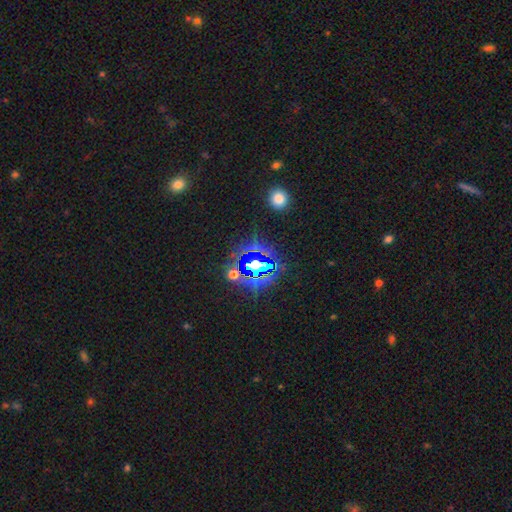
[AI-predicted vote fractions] Smooth or featured? star or artifact (76%)